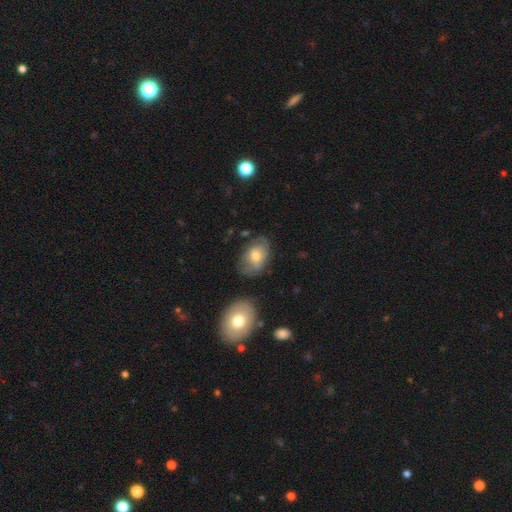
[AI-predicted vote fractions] The model was most divided on "merging": none: 53%, minor disturbance: 30%, major disturbance: 12%, merger: 4%. More confident: how rounded — in between (84%); smooth or featured — smooth (58%).